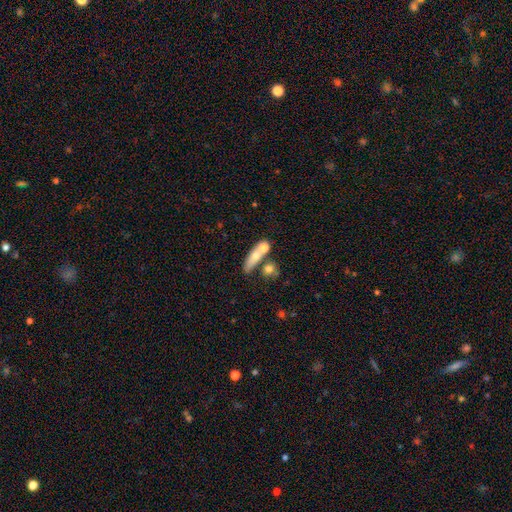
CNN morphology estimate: A smooth galaxy with no disk features (63%) that is cigar-shaped (45%).

Vote fractions:
- Smooth or featured? smooth: 63% / featured or disk: 27% / star or artifact: 9%
- How rounded? cigar-shaped: 45% / in between: 38% / round: 17%
- Merging? none: 42% / merger: 38% / minor disturbance: 13% / major disturbance: 7%